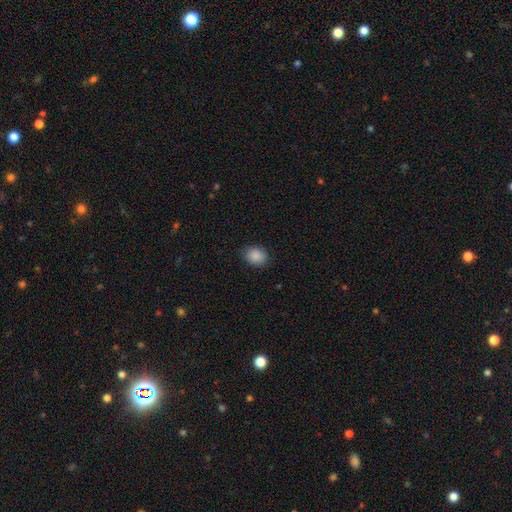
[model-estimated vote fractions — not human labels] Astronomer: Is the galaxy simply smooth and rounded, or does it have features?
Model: smooth — 89%.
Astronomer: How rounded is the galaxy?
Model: in between — 53% (runner-up: round, 47%).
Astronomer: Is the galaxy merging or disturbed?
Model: none — 85%.